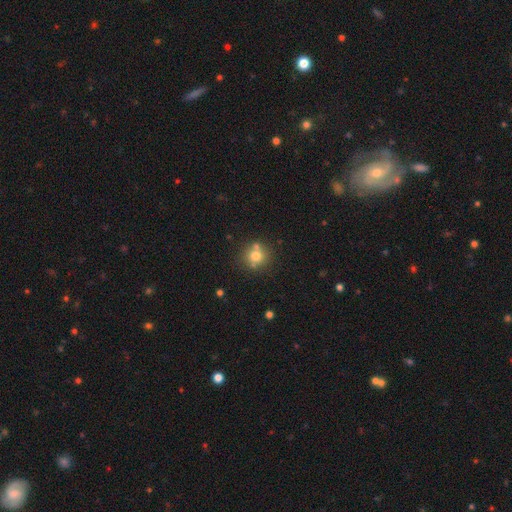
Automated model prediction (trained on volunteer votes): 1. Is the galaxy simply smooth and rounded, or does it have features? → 72% smooth, 14% featured or disk, 13% star or artifact.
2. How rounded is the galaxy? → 88% round, 11% in between, 1% cigar-shaped.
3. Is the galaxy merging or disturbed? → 68% none, 18% merger, 11% minor disturbance, 3% major disturbance.